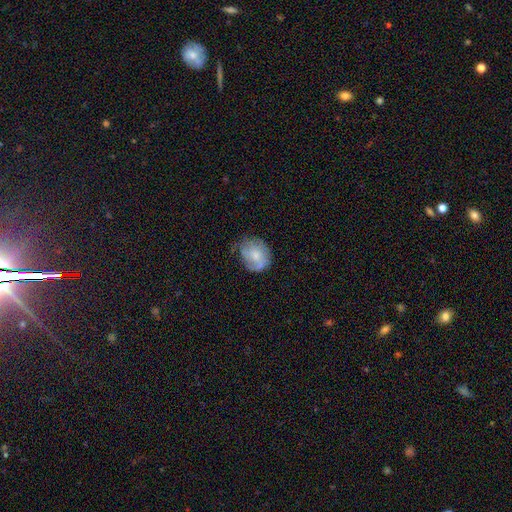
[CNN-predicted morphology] smooth_or_featured: smooth (p=0.59) [alt: featured or disk p=0.33]
how_rounded: round (p=0.62) [alt: in between p=0.37]
merging: none (p=0.47) [alt: minor disturbance p=0.34]